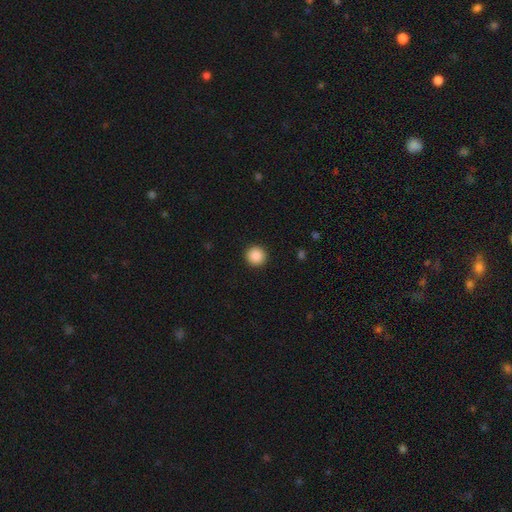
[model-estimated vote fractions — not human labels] smooth-or-featured: smooth: 89% | star or artifact: 9% | featured or disk: 3%
  how-rounded: round: 95% | in between: 4% | cigar-shaped: 1%
  merging: none: 93% | minor disturbance: 5% | major disturbance: 2% | merger: 1%